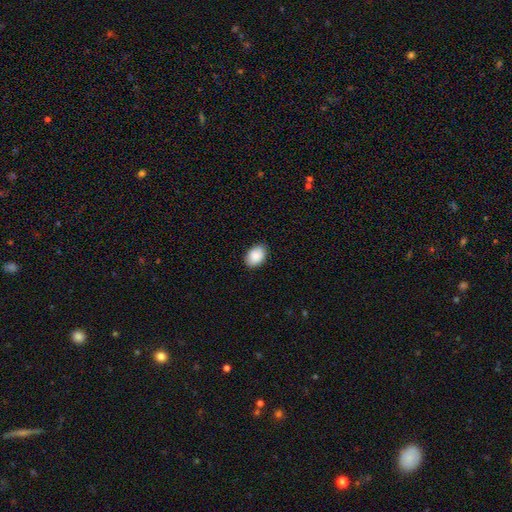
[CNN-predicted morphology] Overall: smooth (87%). How rounded: in between (78%). Merging: none (87%).